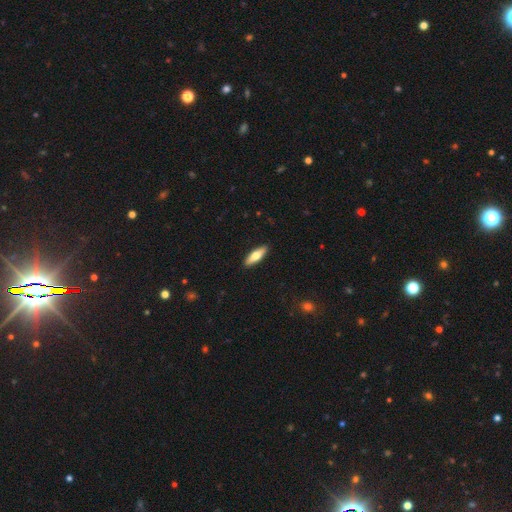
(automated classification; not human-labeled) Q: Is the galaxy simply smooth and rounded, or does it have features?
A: smooth — 62%.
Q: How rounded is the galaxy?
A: cigar-shaped — 55%.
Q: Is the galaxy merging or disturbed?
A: none — 91%.